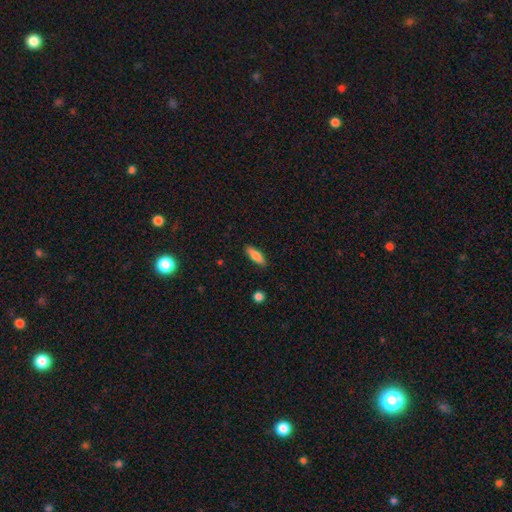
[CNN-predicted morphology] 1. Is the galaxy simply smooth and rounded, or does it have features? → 80% smooth, 13% featured or disk, 7% star or artifact.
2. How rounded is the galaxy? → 52% in between, 46% cigar-shaped, 2% round.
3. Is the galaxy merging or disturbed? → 87% none, 10% minor disturbance, 2% major disturbance, 1% merger.